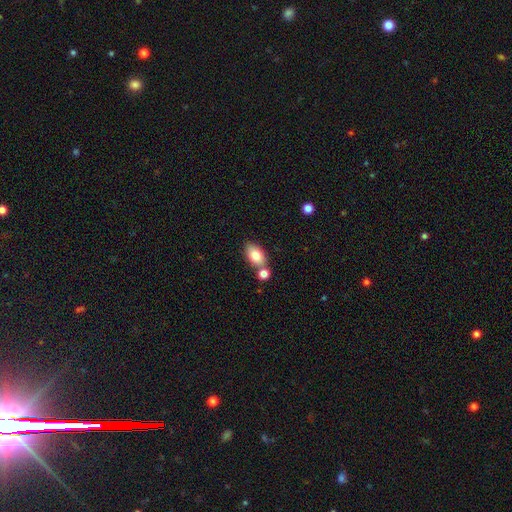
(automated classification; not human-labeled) This is clearly a smooth galaxy (80%). How rounded: clearly in between (88%). Merging: possibly none (59%).